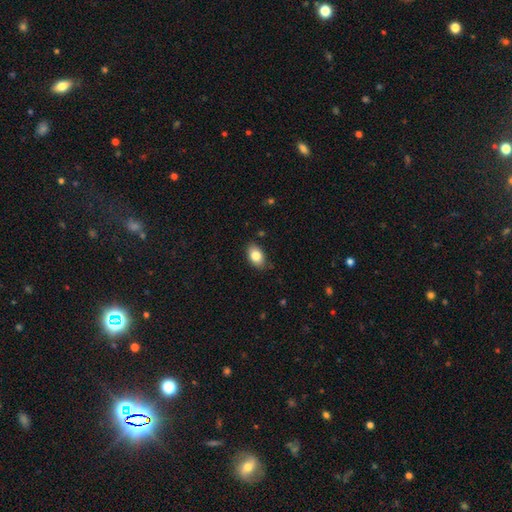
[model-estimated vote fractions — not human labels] The model was most divided on "merging": none: 83%, minor disturbance: 14%, major disturbance: 3%, merger: 1%. More confident: how rounded — in between (89%); smooth or featured — smooth (83%).